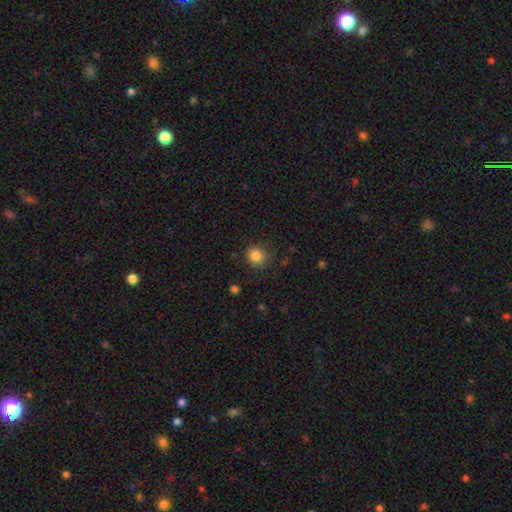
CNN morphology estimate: A smooth galaxy with no disk features (84%) that is round (86%). Merging: none (81%).